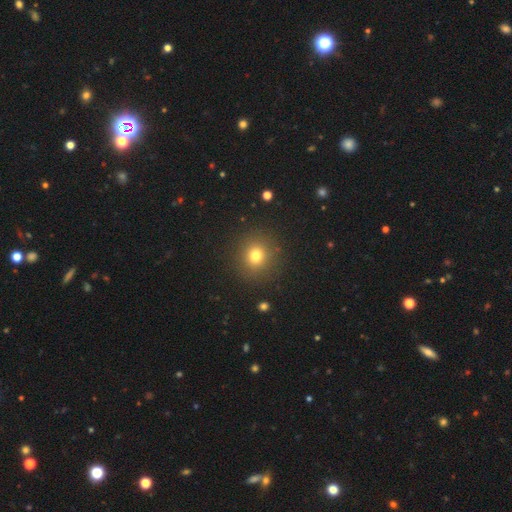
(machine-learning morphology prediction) The model was most divided on "smooth or featured": smooth: 76%, star or artifact: 16%, featured or disk: 8%. More confident: merging — none (89%); how rounded — round (89%).